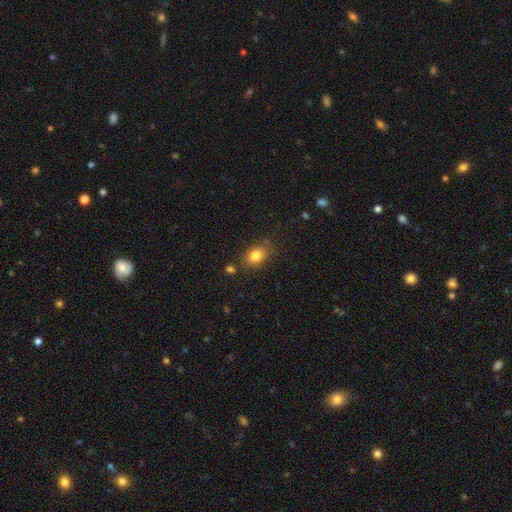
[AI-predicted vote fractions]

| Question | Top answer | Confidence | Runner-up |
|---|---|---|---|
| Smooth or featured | smooth | 82% | star or artifact (10%) |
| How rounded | in between | 67% | round (32%) |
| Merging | none | 76% | minor disturbance (15%) |